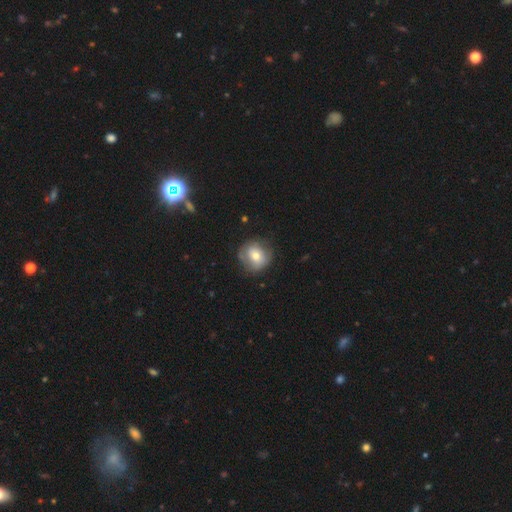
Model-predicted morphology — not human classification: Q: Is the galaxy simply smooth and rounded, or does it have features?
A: smooth — 63%.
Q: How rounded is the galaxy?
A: round — 84%.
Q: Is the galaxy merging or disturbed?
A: none — 71%.